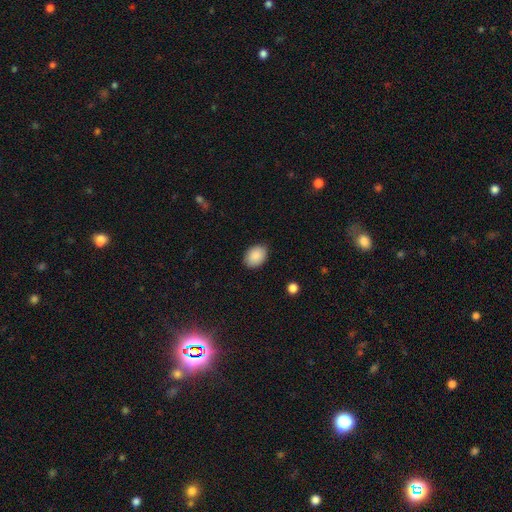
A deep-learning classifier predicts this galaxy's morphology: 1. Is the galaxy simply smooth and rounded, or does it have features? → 89% smooth, 7% star or artifact, 4% featured or disk.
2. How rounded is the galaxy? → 75% in between, 24% round, 1% cigar-shaped.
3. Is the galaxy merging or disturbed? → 86% none, 10% minor disturbance, 2% major disturbance, 1% merger.